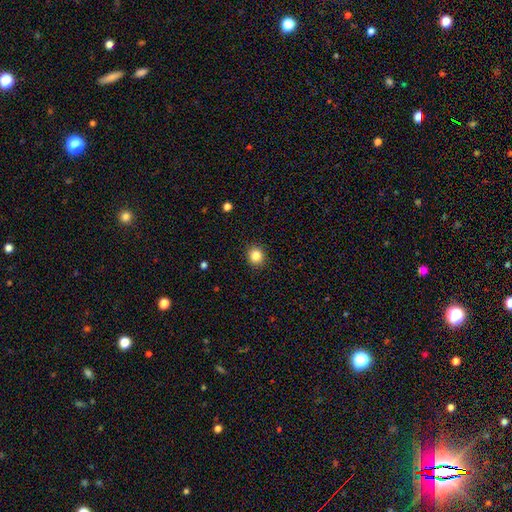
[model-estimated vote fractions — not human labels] This appears to be a smooth galaxy with no disk features (84%) that is round (84%). Merging: none (91%).